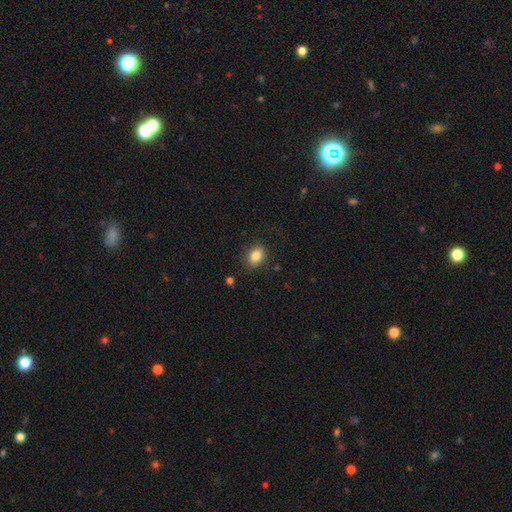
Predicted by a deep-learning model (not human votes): Smooth or featured? smooth (83%)
How rounded? in between (75%)
Merging? none (84%)